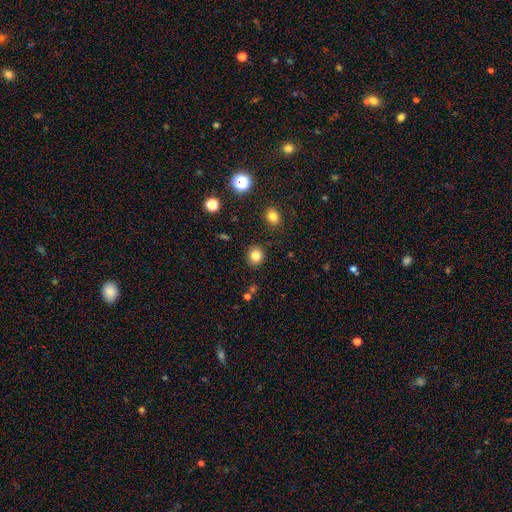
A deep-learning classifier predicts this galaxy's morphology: Overall: smooth (82%). How rounded: round (81%). Merging: none (89%).